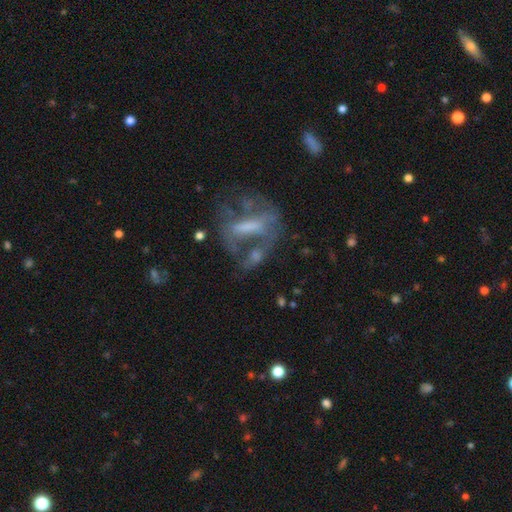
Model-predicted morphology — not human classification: Q: Smooth or featured?
A: featured or disk (61%); runner-up: smooth (25%)
Q: Edge-on disk?
A: no (91%); runner-up: yes (9%)
Q: Bar?
A: strong (36%); runner-up: no (34%)
Q: Spiral arms?
A: no (62%); runner-up: yes (38%)
Q: Bulge size?
A: none (39%); runner-up: moderate (27%)
Q: Merging?
A: none (36%); runner-up: major disturbance (32%)